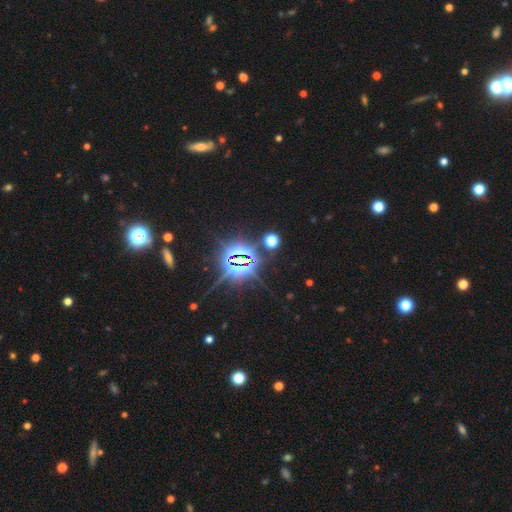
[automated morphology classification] The model was most divided on "smooth or featured": star or artifact: 84%, smooth: 10%, featured or disk: 7%.